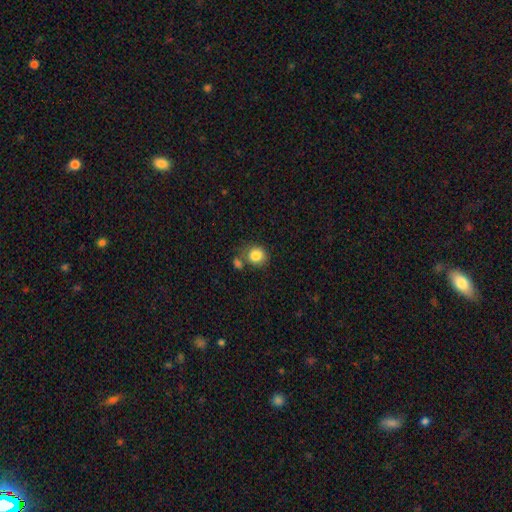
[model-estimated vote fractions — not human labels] Q: Smooth or featured?
A: smooth (85%); runner-up: star or artifact (9%)
Q: How rounded?
A: round (78%); runner-up: in between (21%)
Q: Merging?
A: none (59%); runner-up: merger (21%)